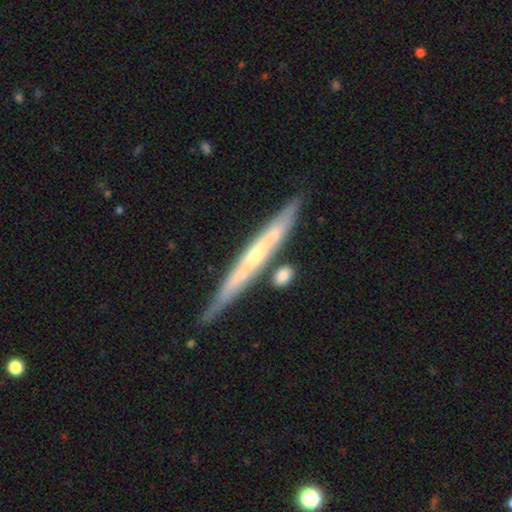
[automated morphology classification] Q: Smooth or featured?
A: featured or disk (69%); runner-up: smooth (25%)
Q: Edge-on disk?
A: yes (93%); runner-up: no (7%)
Q: Edge-on bulge?
A: none (48%); runner-up: rounded (47%)
Q: Merging?
A: none (77%); runner-up: minor disturbance (12%)